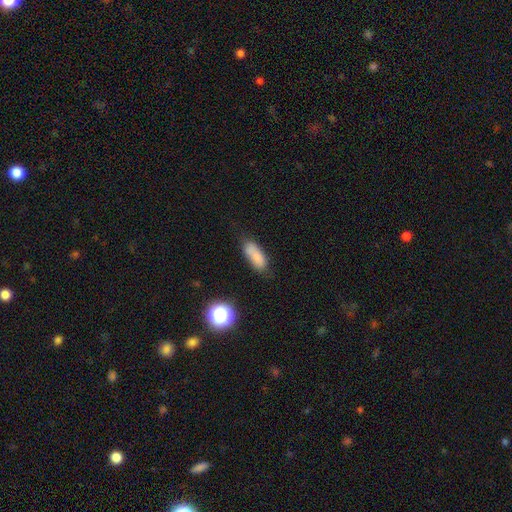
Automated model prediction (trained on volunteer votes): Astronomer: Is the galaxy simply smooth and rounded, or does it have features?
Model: smooth — 80%.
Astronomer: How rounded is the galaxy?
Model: in between — 70%.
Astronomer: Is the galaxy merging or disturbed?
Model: none — 65%.